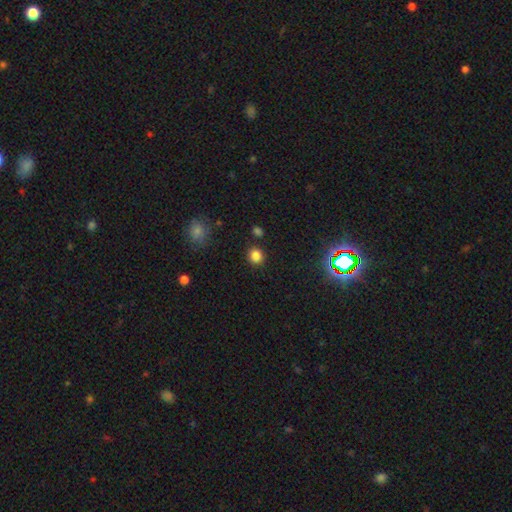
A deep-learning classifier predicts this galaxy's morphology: Smooth or featured? smooth (83%)
How rounded? round (86%)
Merging? none (88%)